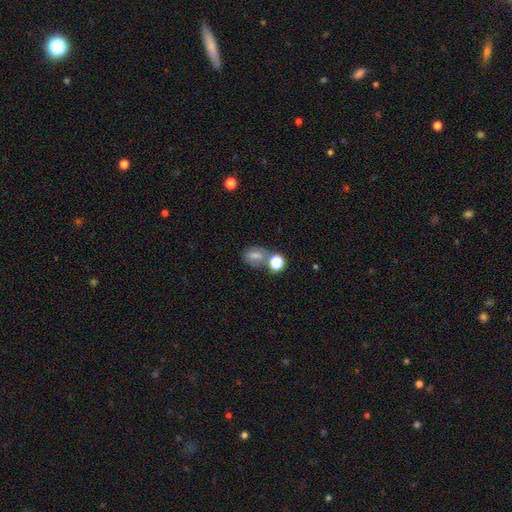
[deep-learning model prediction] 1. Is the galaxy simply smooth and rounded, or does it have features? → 68% smooth, 17% star or artifact, 15% featured or disk.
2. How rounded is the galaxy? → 56% in between, 43% round, 1% cigar-shaped.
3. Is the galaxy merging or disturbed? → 47% none, 26% merger, 17% minor disturbance, 10% major disturbance.